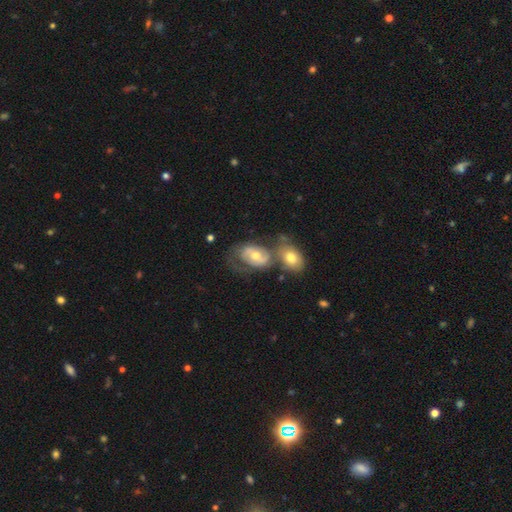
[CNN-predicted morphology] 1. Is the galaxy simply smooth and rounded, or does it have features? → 58% featured or disk, 34% smooth, 7% star or artifact.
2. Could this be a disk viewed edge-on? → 94% no, 6% yes.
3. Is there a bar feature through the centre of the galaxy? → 60% no, 29% weak, 11% strong.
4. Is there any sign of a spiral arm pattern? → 60% yes, 40% no.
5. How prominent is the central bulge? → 65% moderate, 27% small, 5% large, 1% none, 1% dominant.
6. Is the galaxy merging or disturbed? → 44% merger, 28% none, 15% minor disturbance, 14% major disturbance.